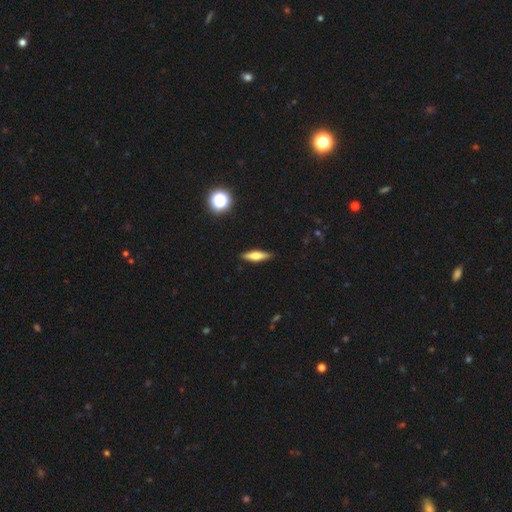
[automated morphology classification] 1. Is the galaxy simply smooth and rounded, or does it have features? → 51% smooth, 41% featured or disk, 8% star or artifact.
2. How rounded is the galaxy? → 66% cigar-shaped, 31% in between, 3% round.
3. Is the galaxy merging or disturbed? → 89% none, 8% minor disturbance, 2% major disturbance, 1% merger.